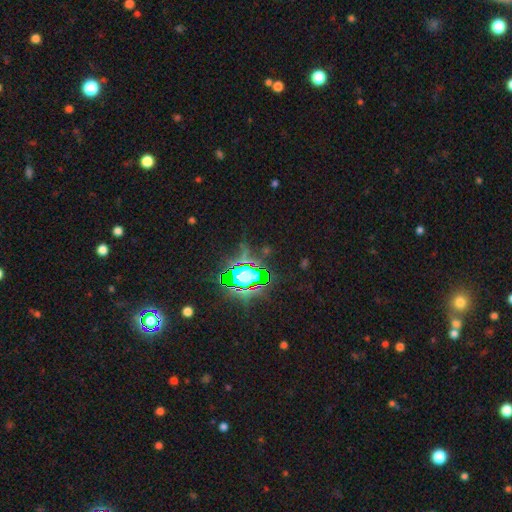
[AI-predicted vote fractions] A star or artifact, not a galaxy (84%).